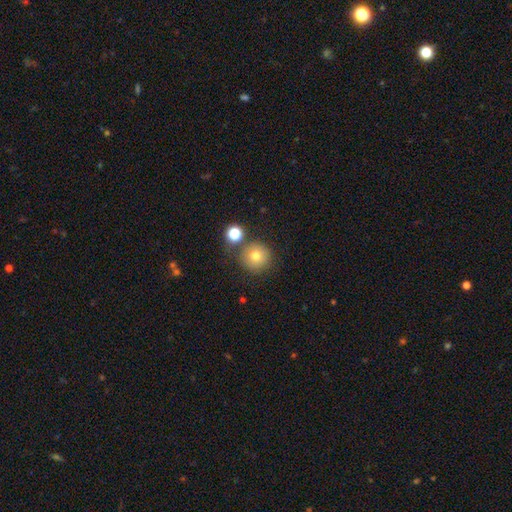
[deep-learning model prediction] smooth_or_featured: smooth (p=0.76) [alt: star or artifact p=0.13]
how_rounded: round (p=0.95) [alt: in between p=0.04]
merging: none (p=0.75) [alt: merger p=0.12]